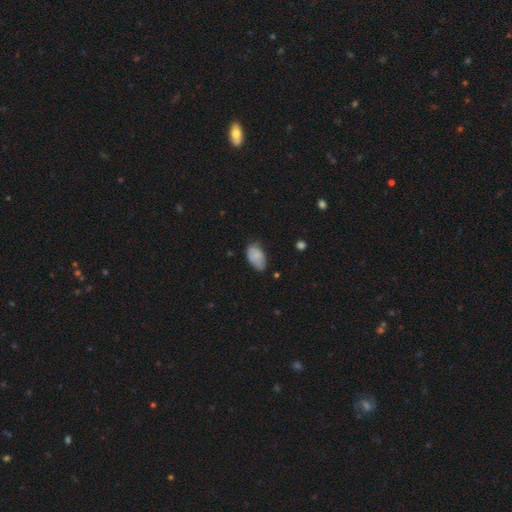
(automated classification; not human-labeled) smooth-or-featured: smooth: 81% | featured or disk: 11% | star or artifact: 7%
  how-rounded: in between: 93% | round: 5% | cigar-shaped: 2%
  merging: none: 58% | minor disturbance: 33% | major disturbance: 7% | merger: 2%